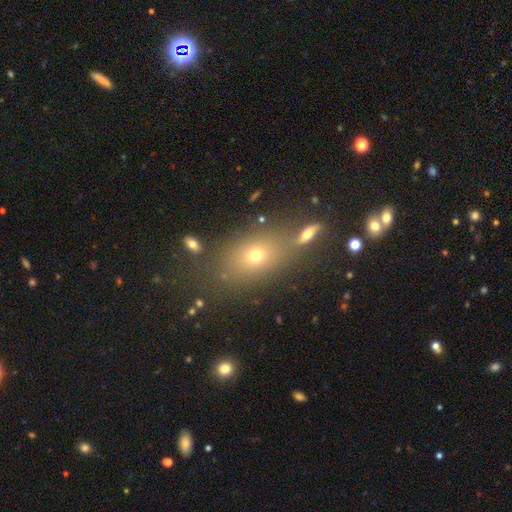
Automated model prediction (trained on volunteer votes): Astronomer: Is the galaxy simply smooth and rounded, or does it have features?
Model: smooth — 66%.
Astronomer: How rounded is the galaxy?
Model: in between — 70%.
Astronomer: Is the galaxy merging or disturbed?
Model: none — 67%.